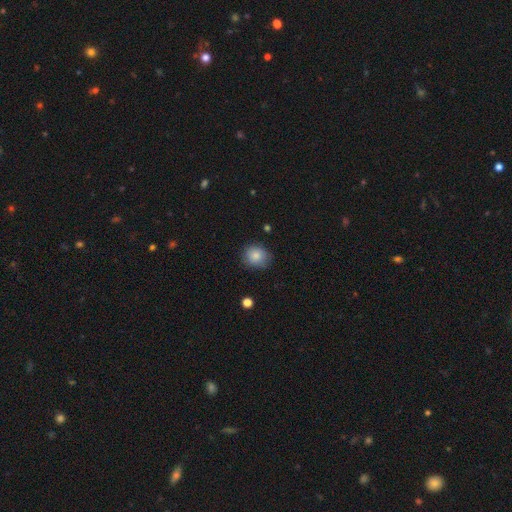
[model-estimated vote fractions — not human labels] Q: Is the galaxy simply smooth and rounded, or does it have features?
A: smooth — 84%.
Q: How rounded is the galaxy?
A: round — 73%.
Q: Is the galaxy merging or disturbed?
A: none — 80%.